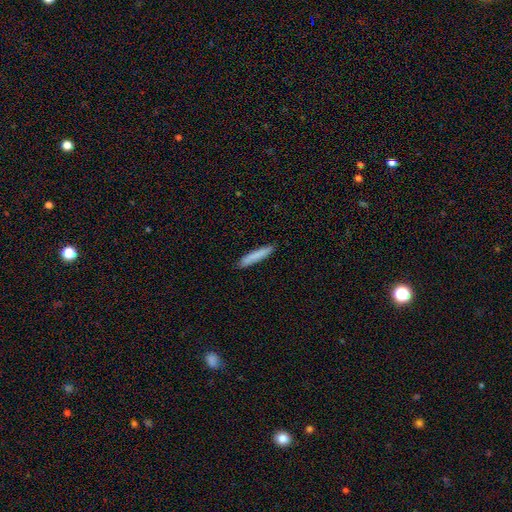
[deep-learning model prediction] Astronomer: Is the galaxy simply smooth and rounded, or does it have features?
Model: smooth — 83%.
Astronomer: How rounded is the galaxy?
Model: cigar-shaped — 93%.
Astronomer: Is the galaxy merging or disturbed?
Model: none — 89%.